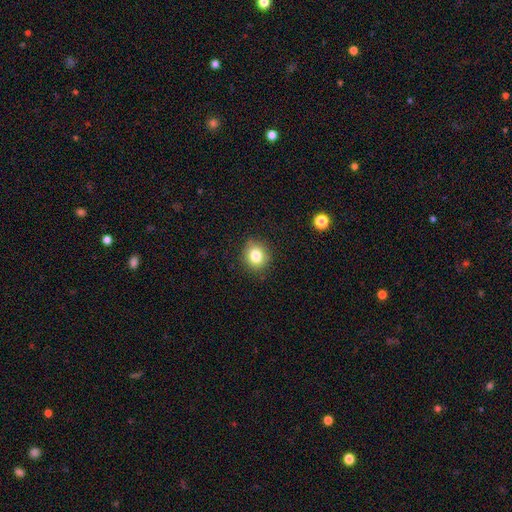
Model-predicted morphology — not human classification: The model was most divided on "how rounded": round: 78%, in between: 21%, cigar-shaped: 1%. More confident: merging — none (87%); smooth or featured — smooth (82%).